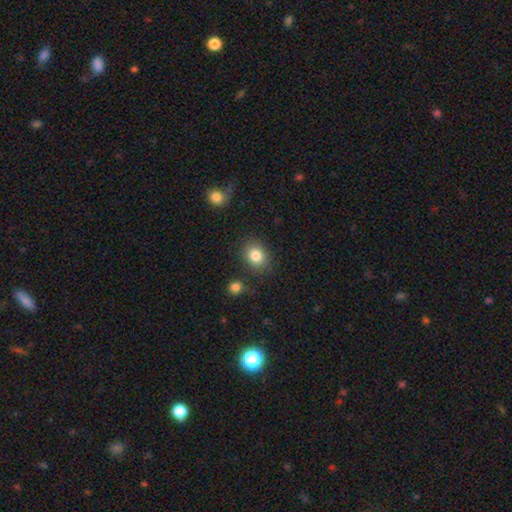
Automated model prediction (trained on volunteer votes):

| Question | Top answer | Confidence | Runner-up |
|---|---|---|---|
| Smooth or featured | smooth | 84% | star or artifact (10%) |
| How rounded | round | 59% | in between (40%) |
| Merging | none | 81% | minor disturbance (11%) |